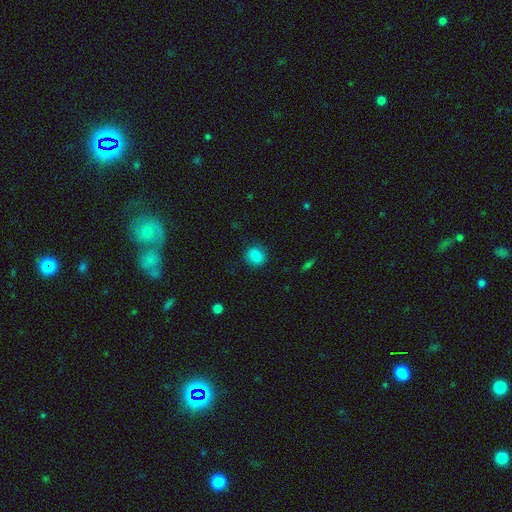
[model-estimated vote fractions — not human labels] smooth-or-featured: smooth: 86% | star or artifact: 9% | featured or disk: 5%
  how-rounded: round: 80% | in between: 19% | cigar-shaped: 1%
  merging: none: 86% | minor disturbance: 10% | major disturbance: 3% | merger: 1%